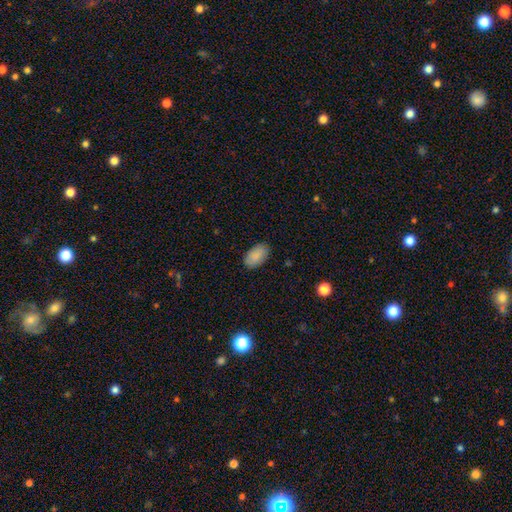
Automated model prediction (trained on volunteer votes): smooth 88%, star or artifact 7%, featured or disk 5%. Down the decision tree: how rounded — in between (94%); merging — none (86%).